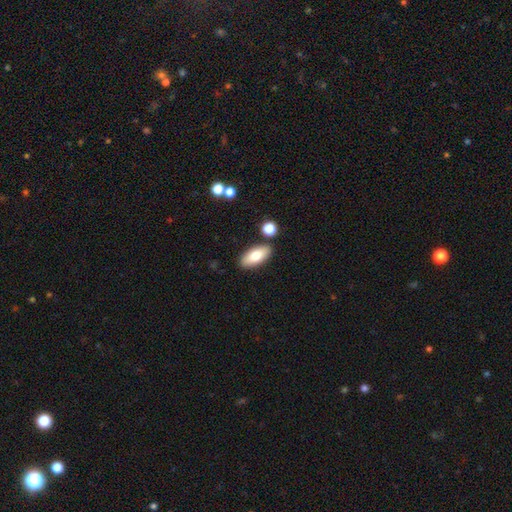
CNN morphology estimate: This appears to be a smooth galaxy with no disk features (77%) that is in between round and cigar-shaped (87%). Merging: none (84%).